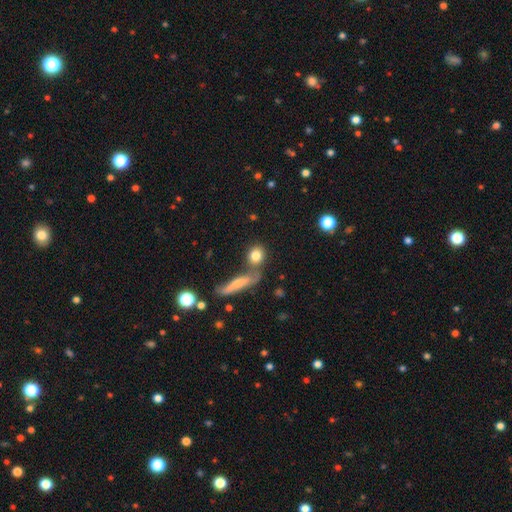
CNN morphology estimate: This is likely a smooth galaxy (79%). How rounded: likely round (65%). Merging: possibly none (59%).